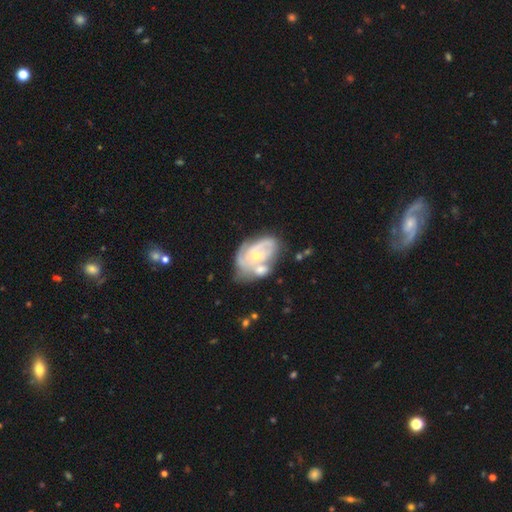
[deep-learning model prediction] smooth_or_featured: featured or disk (p=0.76) [alt: smooth p=0.19]
disk_edge_on: no (p=0.97) [alt: yes p=0.03]
bar: no (p=0.70) [alt: weak p=0.24]
has_spiral_arms: yes (p=0.79) [alt: no p=0.21]
spiral_winding: tight (p=0.55) [alt: medium p=0.33]
spiral_arm_count: can't tell (p=0.39) [alt: 2 p=0.31]
bulge_size: moderate (p=0.51) [alt: small p=0.44]
merging: merger (p=0.40) [alt: none p=0.30]